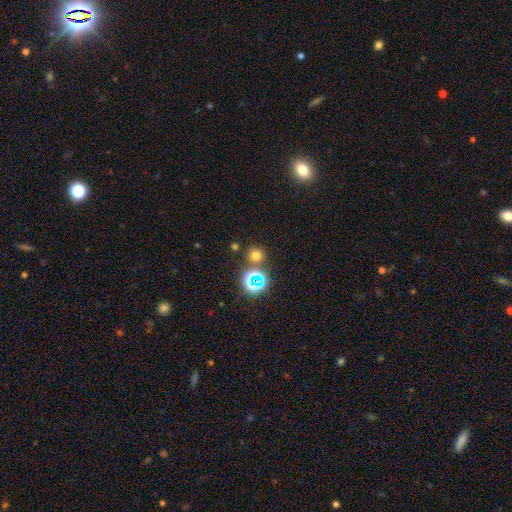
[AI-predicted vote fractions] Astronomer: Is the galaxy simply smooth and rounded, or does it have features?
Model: smooth — 66%.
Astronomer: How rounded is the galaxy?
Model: round — 90%.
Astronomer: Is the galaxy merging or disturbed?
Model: none — 80%.